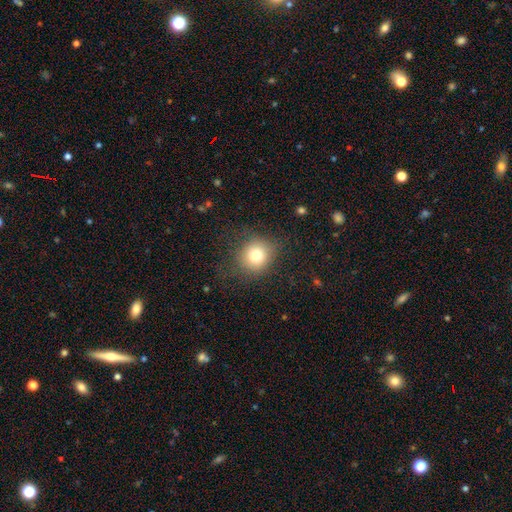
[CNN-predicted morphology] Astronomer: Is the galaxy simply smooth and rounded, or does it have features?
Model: smooth — 77%.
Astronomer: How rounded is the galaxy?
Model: round — 86%.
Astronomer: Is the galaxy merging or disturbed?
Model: none — 77%.